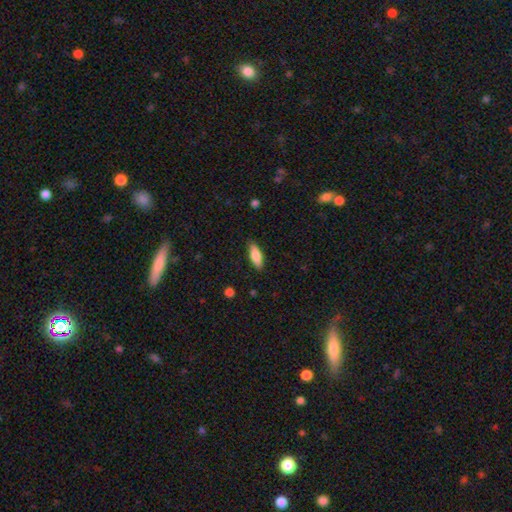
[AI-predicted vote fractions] Overall: smooth (82%). How rounded: in between (67%; cigar-shaped 31%). Merging: none (87%).